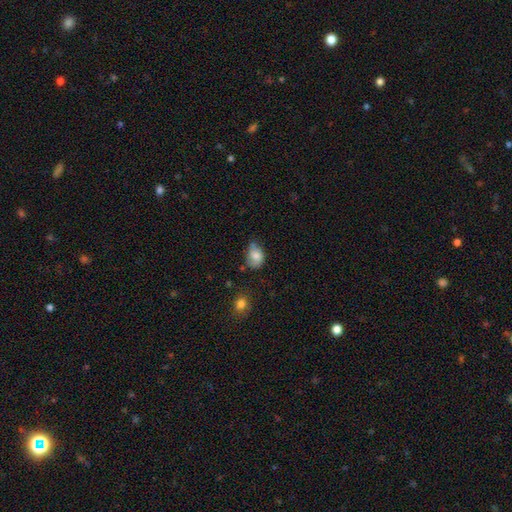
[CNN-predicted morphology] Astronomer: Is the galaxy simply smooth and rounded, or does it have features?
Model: smooth — 73%.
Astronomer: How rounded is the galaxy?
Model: in between — 69%.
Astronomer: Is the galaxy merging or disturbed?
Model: none — 44% (runner-up: minor disturbance, 39%).